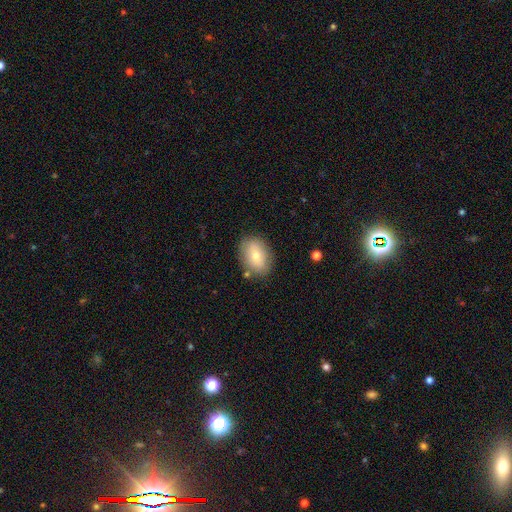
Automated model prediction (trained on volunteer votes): Smooth or featured: smooth — 68% (featured or disk — 24%)
How rounded: in between — 73% (round — 26%)
Merging: none — 81% (minor disturbance — 13%)